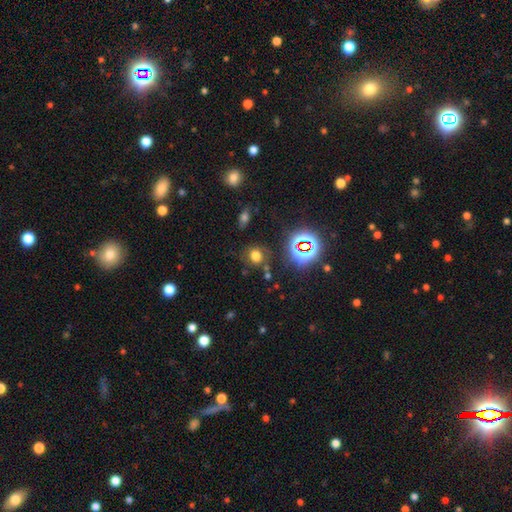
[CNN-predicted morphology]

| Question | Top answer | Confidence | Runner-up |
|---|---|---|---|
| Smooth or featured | smooth | 63% | star or artifact (28%) |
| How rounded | round | 73% | in between (26%) |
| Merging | none | 74% | minor disturbance (14%) |